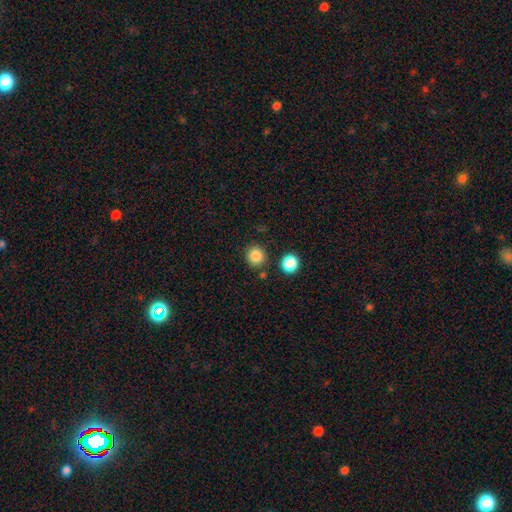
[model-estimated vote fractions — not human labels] smooth-or-featured: smooth: 85% | star or artifact: 11% | featured or disk: 4%
  how-rounded: round: 92% | in between: 7% | cigar-shaped: 1%
  merging: none: 85% | minor disturbance: 7% | merger: 4% | major disturbance: 3%